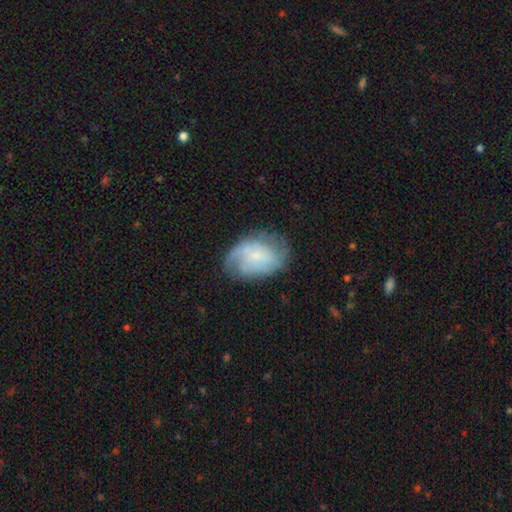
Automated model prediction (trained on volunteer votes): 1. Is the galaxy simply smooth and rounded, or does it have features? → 62% featured or disk, 30% smooth, 8% star or artifact.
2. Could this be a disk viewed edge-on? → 96% no, 4% yes.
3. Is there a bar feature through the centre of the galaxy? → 60% no, 33% weak, 7% strong.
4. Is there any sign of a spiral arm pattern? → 88% yes, 12% no.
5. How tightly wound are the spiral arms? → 40% medium, 37% tight, 24% loose.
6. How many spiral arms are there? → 41% 2, 33% can't tell, 11% 3, 8% 1, 4% 4, 3% more than 4.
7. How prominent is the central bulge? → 67% small, 17% moderate, 12% none, 2% large, 1% dominant.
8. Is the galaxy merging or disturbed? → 65% none, 23% minor disturbance, 10% major disturbance, 1% merger.